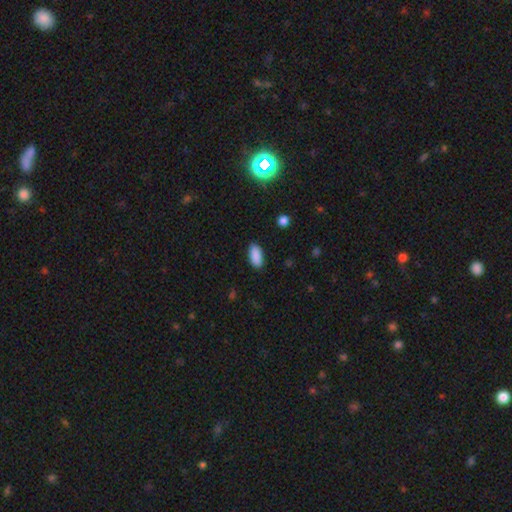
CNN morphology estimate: A smooth galaxy with no disk features (89%) that is in between round and cigar-shaped (90%).

Vote fractions:
- Smooth or featured? smooth: 89% / star or artifact: 7% / featured or disk: 3%
- How rounded? in between: 90% / cigar-shaped: 8% / round: 2%
- Merging? none: 88% / minor disturbance: 9% / major disturbance: 2% / merger: 1%